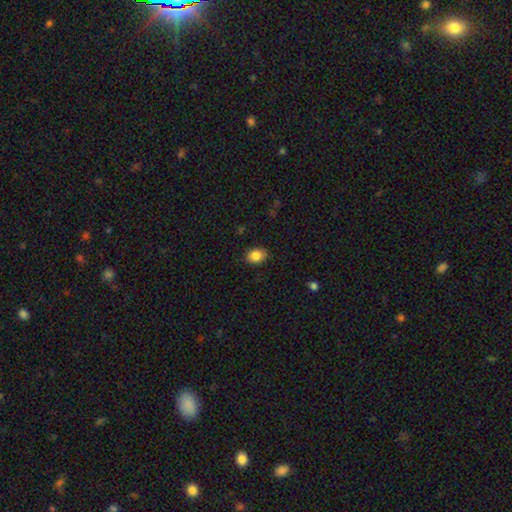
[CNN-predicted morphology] Q: Smooth or featured?
A: smooth (85%); runner-up: star or artifact (9%)
Q: How rounded?
A: in between (62%); runner-up: round (37%)
Q: Merging?
A: none (85%); runner-up: minor disturbance (12%)